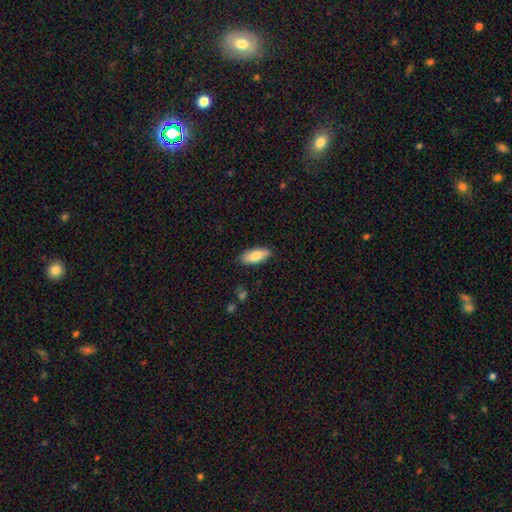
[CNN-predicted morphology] Smooth or featured?
  - smooth: 80% *
  - featured or disk: 14%
  - star or artifact: 6%
How rounded?
  - in between: 77% *
  - cigar-shaped: 21%
  - round: 2%
Merging?
  - none: 83% *
  - minor disturbance: 13%
  - major disturbance: 2%
  - merger: 1%